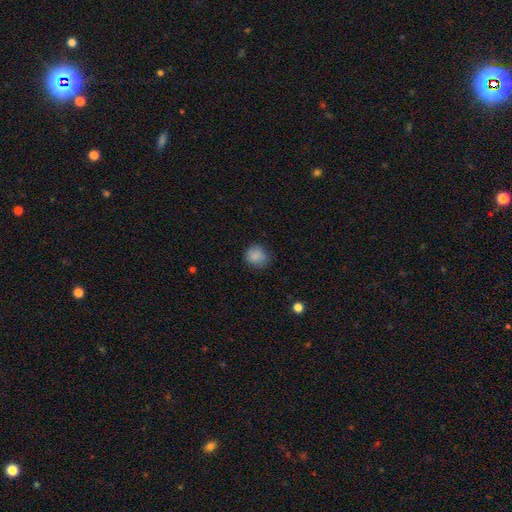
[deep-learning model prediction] smooth-or-featured: smooth: 86% | star or artifact: 9% | featured or disk: 5%
  how-rounded: round: 81% | in between: 18% | cigar-shaped: 1%
  merging: none: 77% | minor disturbance: 18% | major disturbance: 4% | merger: 1%